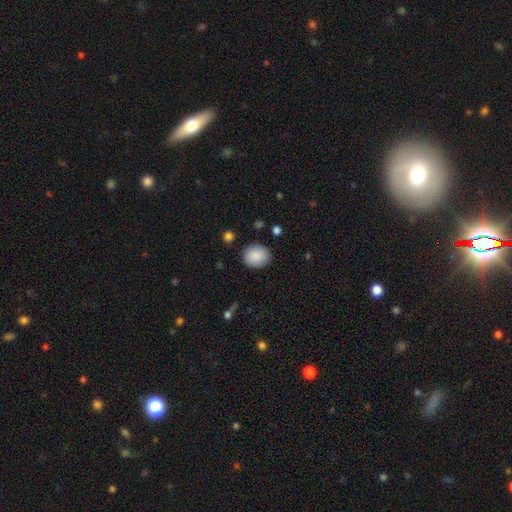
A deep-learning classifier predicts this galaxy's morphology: Smooth or featured? smooth (88%)
How rounded? round (66%)
Merging? none (87%)